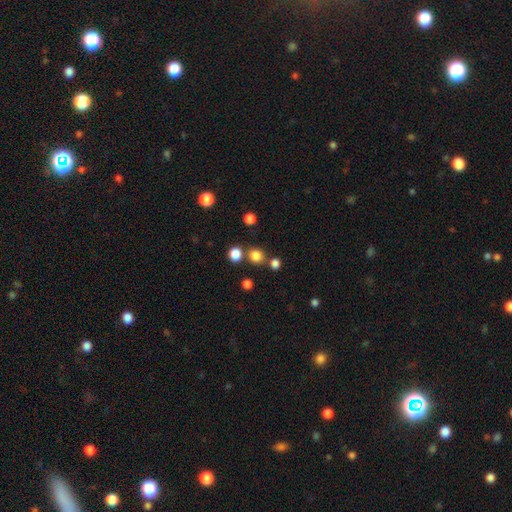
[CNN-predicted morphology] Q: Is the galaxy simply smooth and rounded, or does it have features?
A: smooth — 80%.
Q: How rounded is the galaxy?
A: round — 90%.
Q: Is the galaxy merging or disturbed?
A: none — 77%.